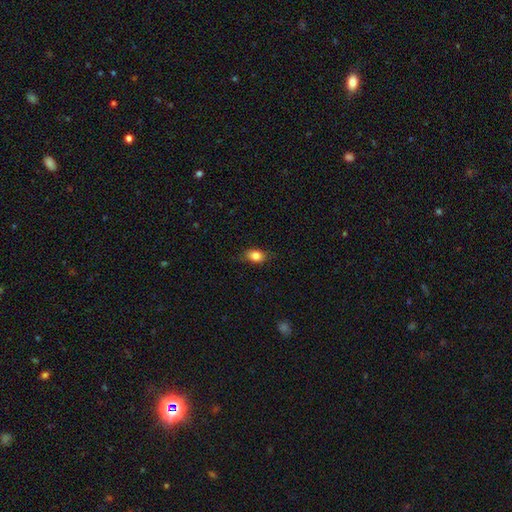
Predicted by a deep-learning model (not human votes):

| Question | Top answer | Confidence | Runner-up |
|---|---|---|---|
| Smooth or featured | smooth | 83% | star or artifact (9%) |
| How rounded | in between | 74% | round (23%) |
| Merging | none | 77% | minor disturbance (18%) |